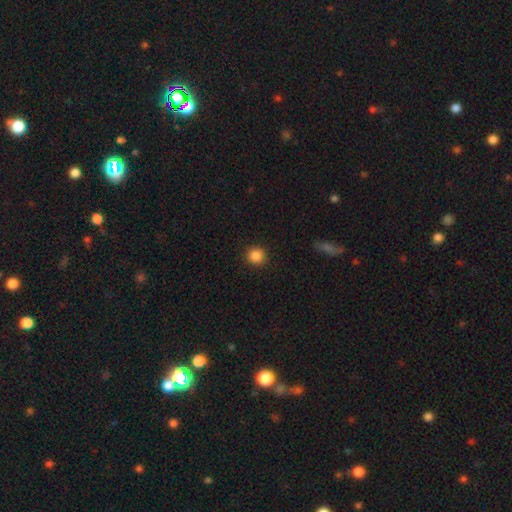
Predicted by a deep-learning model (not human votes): Smooth or featured? smooth (86%)
How rounded? round (93%)
Merging? none (91%)